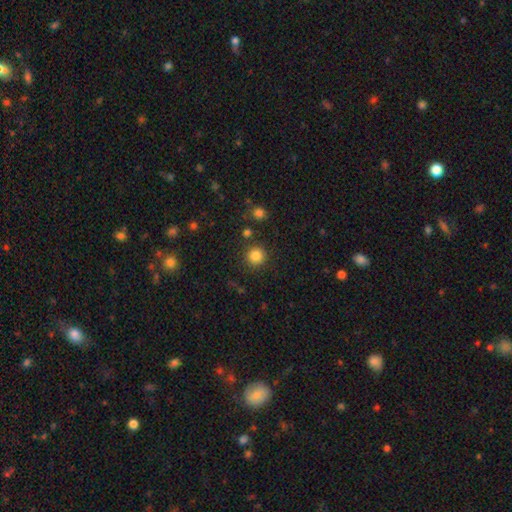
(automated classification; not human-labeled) The model was most divided on "smooth or featured": smooth: 84%, star or artifact: 12%, featured or disk: 4%. More confident: how rounded — round (94%); merging — none (87%).